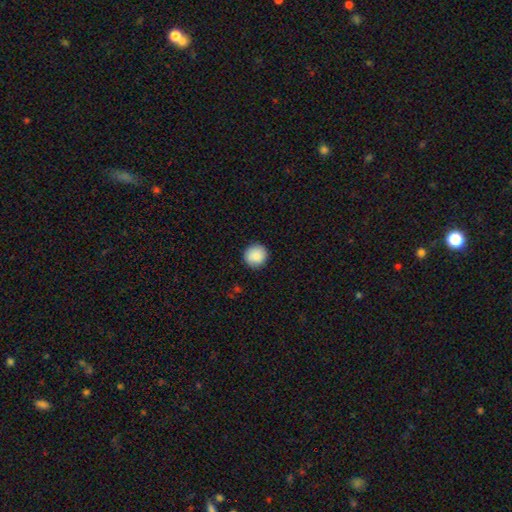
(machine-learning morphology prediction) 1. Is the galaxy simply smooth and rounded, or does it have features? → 88% smooth, 8% star or artifact, 5% featured or disk.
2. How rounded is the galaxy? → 94% round, 5% in between, 1% cigar-shaped.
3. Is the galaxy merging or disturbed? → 90% none, 7% minor disturbance, 2% major disturbance, 1% merger.